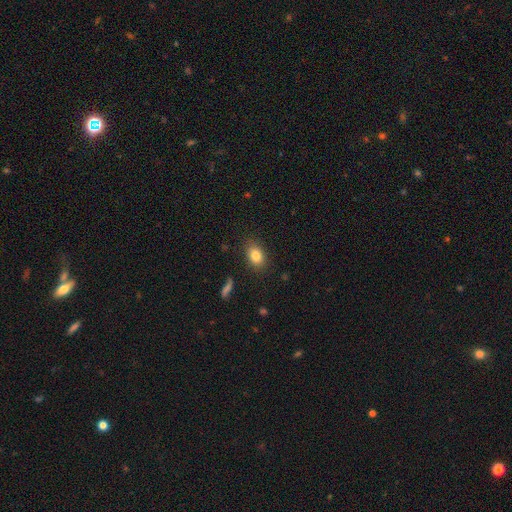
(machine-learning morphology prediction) smooth-or-featured: smooth: 83% | star or artifact: 9% | featured or disk: 8%
  how-rounded: in between: 78% | round: 20% | cigar-shaped: 2%
  merging: none: 85% | minor disturbance: 11% | major disturbance: 3% | merger: 1%